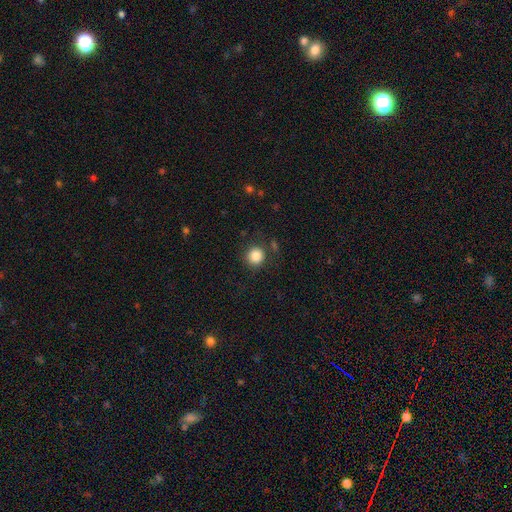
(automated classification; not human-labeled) The model was most divided on "merging": none: 84%, minor disturbance: 9%, major disturbance: 4%, merger: 3%. More confident: how rounded — round (93%); smooth or featured — smooth (85%).